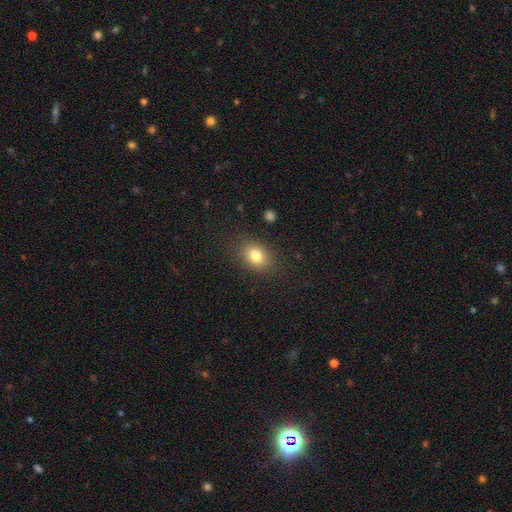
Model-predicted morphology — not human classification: This is likely a smooth galaxy (80%). How rounded: likely in between (61%). Merging: clearly none (85%).